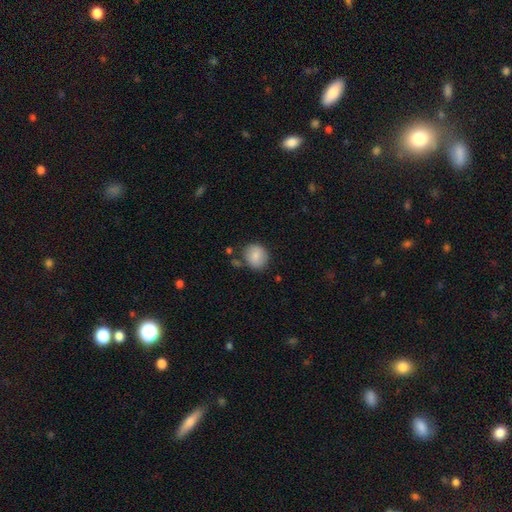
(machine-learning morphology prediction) type=smooth (84%); roundness=round (77%); merging=none (78%).